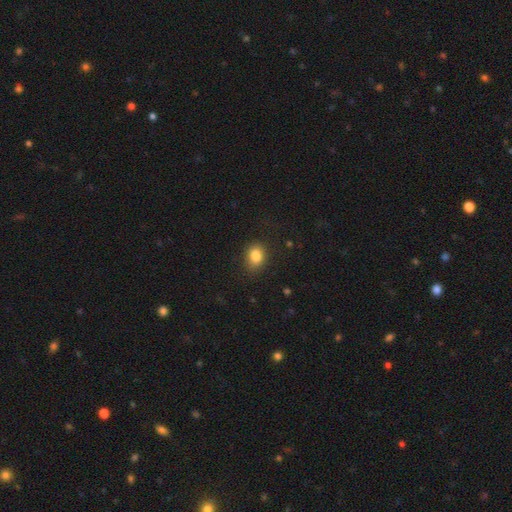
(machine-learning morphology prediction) type=smooth (84%); roundness=in between (58%); merging=none (82%).